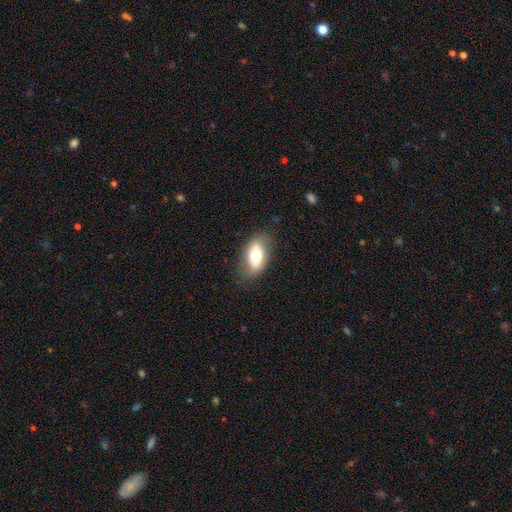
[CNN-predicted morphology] smooth 63%, featured or disk 30%, star or artifact 7%. Down the decision tree: how rounded — in between (89%); merging — none (78%).